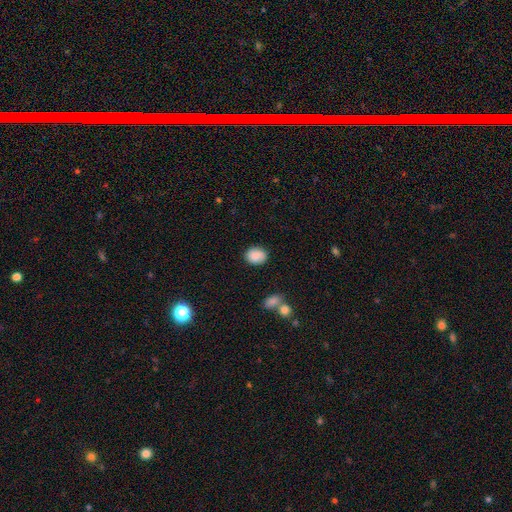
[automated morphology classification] smooth 87%, star or artifact 8%, featured or disk 6%. Down the decision tree: how rounded — round (51%); merging — none (83%).